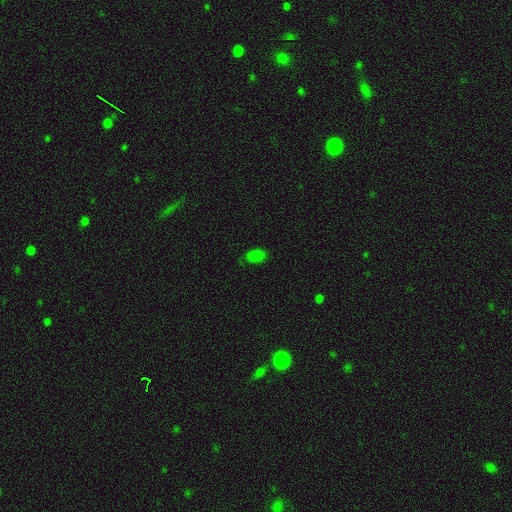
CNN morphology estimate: A smooth galaxy with no disk features (79%) that is in between round and cigar-shaped (89%).

Vote fractions:
- Smooth or featured? smooth: 79% / star or artifact: 17% / featured or disk: 4%
- How rounded? in between: 89% / round: 9% / cigar-shaped: 2%
- Merging? none: 77% / minor disturbance: 18% / major disturbance: 4% / merger: 1%